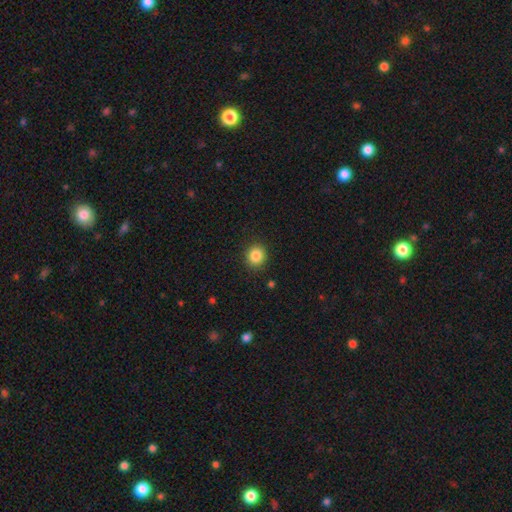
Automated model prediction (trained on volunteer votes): smooth-or-featured: smooth: 85% | star or artifact: 10% | featured or disk: 4%
  how-rounded: round: 86% | in between: 13% | cigar-shaped: 1%
  merging: none: 90% | minor disturbance: 6% | major disturbance: 2% | merger: 1%